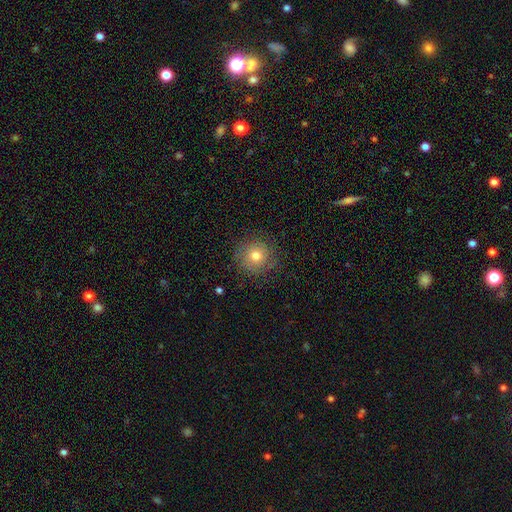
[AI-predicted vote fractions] Smooth or featured? smooth (69%)
How rounded? round (93%)
Merging? none (82%)